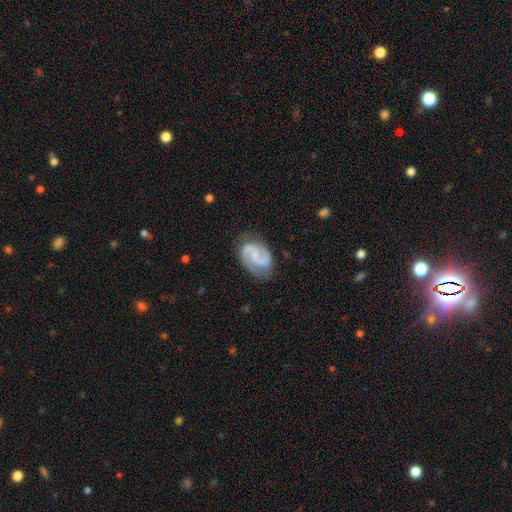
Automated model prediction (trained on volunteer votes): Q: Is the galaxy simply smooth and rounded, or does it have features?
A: featured or disk — 88%.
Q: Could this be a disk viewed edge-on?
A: no — 98%.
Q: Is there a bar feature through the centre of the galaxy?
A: weak — 45%.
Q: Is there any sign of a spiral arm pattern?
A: yes — 98%.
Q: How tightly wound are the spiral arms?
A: medium — 55%.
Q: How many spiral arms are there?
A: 2 — 93%.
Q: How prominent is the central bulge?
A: small — 47%.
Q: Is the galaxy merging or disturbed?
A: none — 81%.